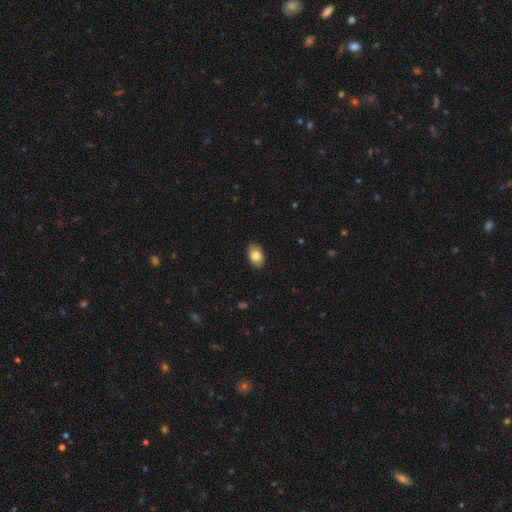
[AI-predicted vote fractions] Overall: smooth (81%). How rounded: in between (91%). Merging: none (88%).